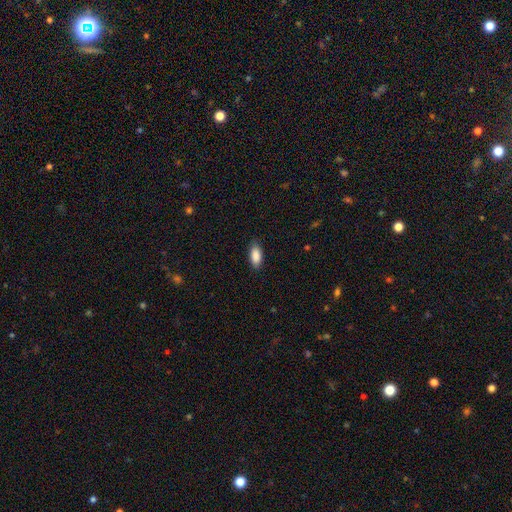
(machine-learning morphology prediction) This appears to be a smooth galaxy with no disk features (89%) that is in between round and cigar-shaped (89%). Merging: none (85%).